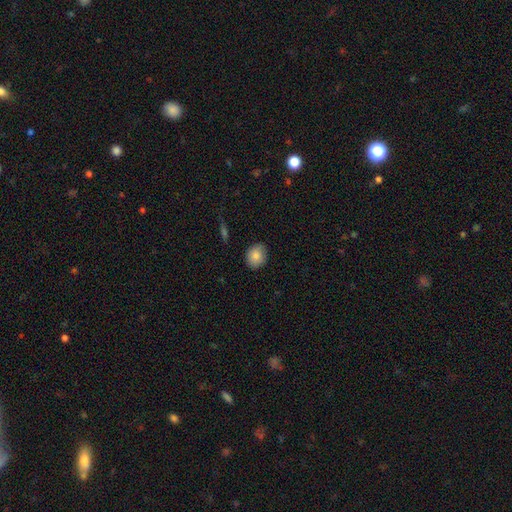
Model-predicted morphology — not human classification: The model was most divided on "how rounded": round: 55%, in between: 44%, cigar-shaped: 1%. More confident: merging — none (86%); smooth or featured — smooth (84%).